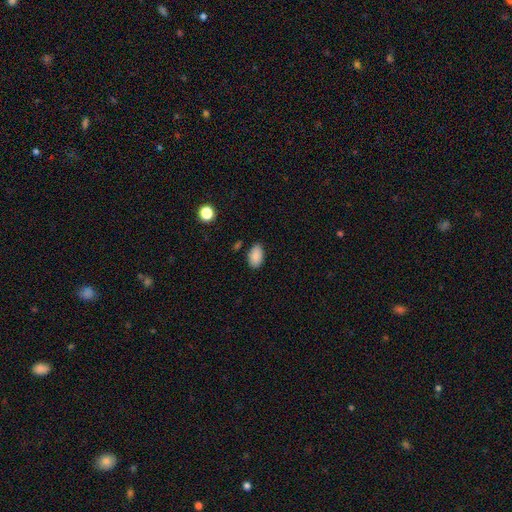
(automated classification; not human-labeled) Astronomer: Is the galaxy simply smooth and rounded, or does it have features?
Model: smooth — 89%.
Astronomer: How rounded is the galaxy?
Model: in between — 92%.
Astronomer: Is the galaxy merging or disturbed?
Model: none — 83%.